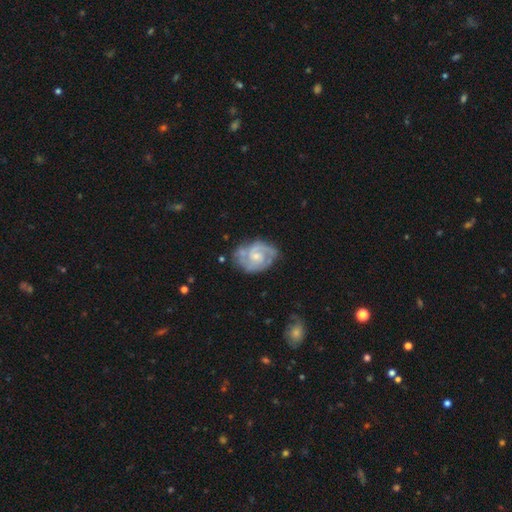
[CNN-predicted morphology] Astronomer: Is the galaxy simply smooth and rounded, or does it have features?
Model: featured or disk — 84%.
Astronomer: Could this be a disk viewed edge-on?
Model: no — 98%.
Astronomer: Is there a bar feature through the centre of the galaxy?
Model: no — 60% (runner-up: weak, 35%).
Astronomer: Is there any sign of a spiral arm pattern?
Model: yes — 94%.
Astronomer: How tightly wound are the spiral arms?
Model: tight — 49% (runner-up: medium, 42%).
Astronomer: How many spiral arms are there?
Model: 2 — 67%.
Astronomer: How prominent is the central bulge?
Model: small — 51% (runner-up: moderate, 39%).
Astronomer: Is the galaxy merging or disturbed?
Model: none — 65%.